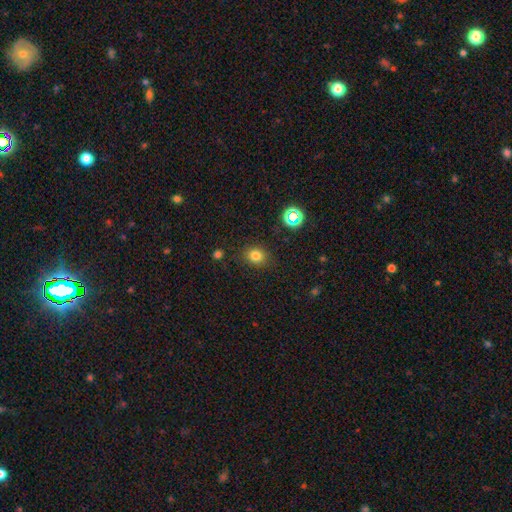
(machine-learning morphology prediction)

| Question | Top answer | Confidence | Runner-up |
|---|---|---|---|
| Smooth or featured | smooth | 78% | star or artifact (16%) |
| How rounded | round | 72% | in between (27%) |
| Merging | none | 85% | minor disturbance (10%) |